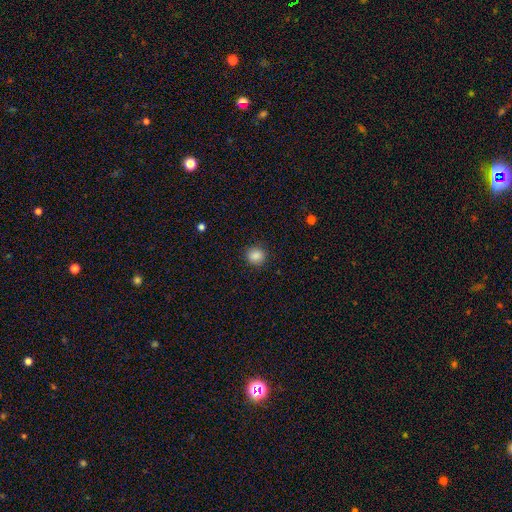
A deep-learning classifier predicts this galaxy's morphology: This appears to be a smooth galaxy with no disk features (87%) that is round (85%). Merging: none (89%).